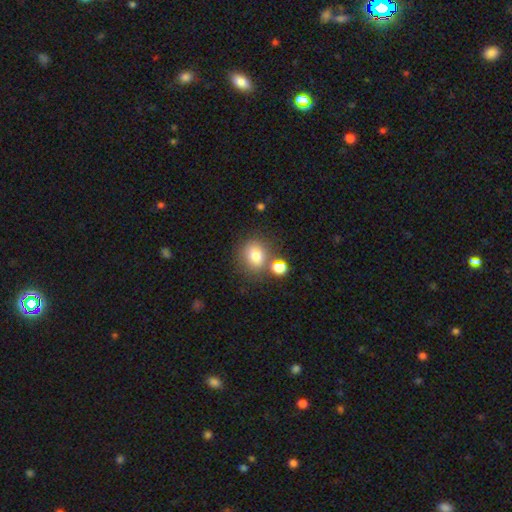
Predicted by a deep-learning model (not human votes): Smooth or featured? smooth (77%)
How rounded? round (68%)
Merging? none (66%)